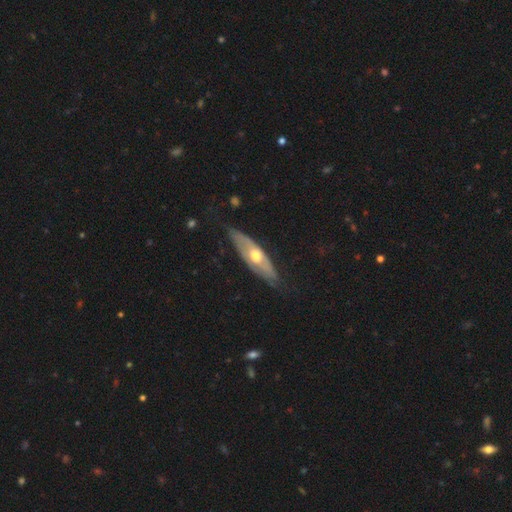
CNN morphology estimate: A featured or disk galaxy (60%). Merging: none (72%).